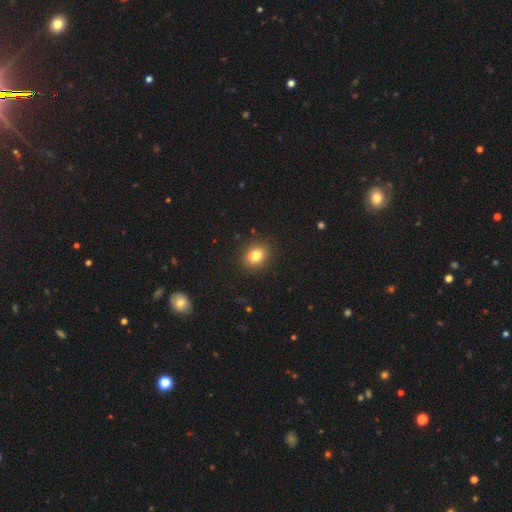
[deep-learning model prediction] The model was most divided on "how rounded": round: 53%, in between: 46%, cigar-shaped: 1%. More confident: merging — none (88%); smooth or featured — smooth (81%).